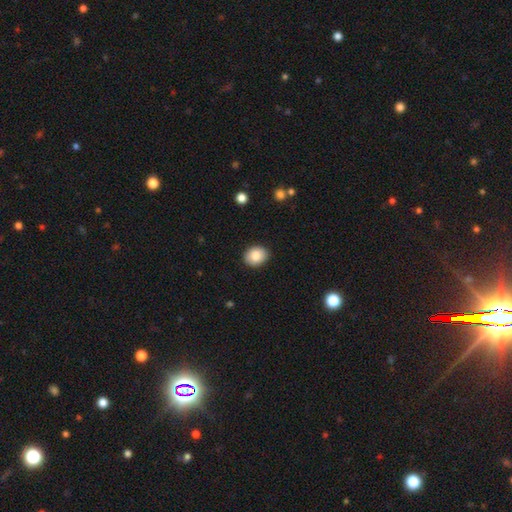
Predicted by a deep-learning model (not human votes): Smooth or featured? Predicted: smooth (p=0.86). How rounded? Predicted: in between (p=0.51). Merging? Predicted: none (p=0.88).